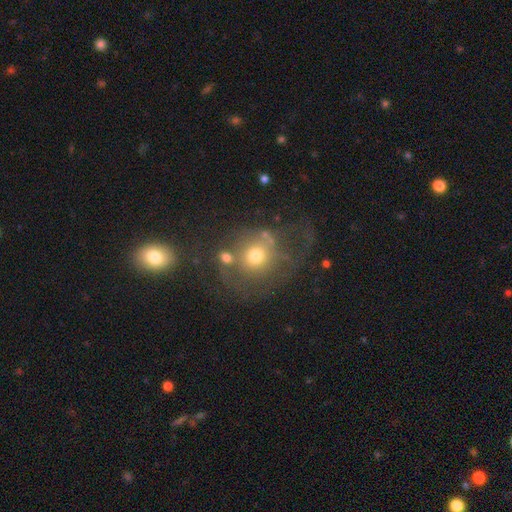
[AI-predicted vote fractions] Smooth or featured? smooth (51%)
How rounded? round (81%)
Merging? none (43%)